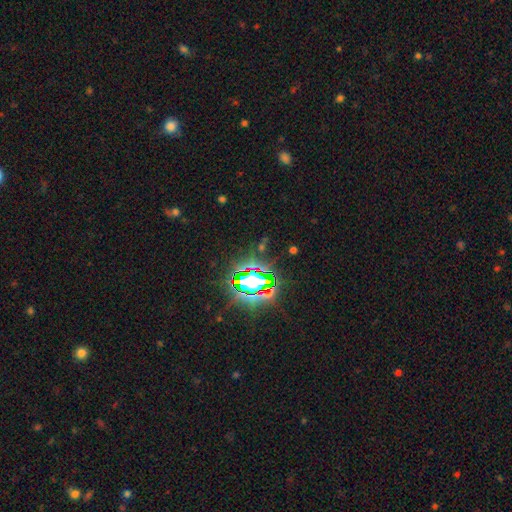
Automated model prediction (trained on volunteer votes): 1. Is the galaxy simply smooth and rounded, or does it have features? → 80% star or artifact, 12% smooth, 7% featured or disk.